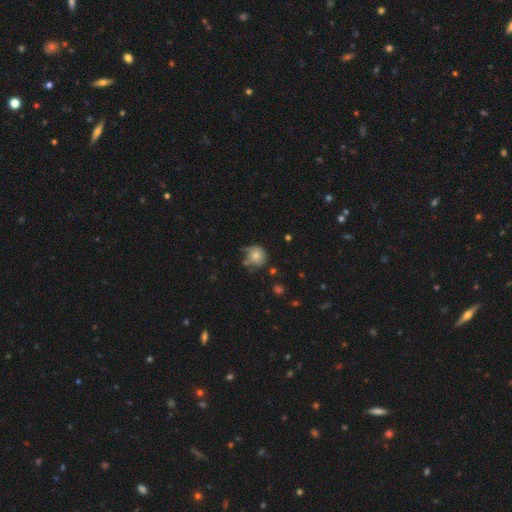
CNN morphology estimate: Smooth or featured? smooth (76%)
How rounded? round (84%)
Merging? none (50%)